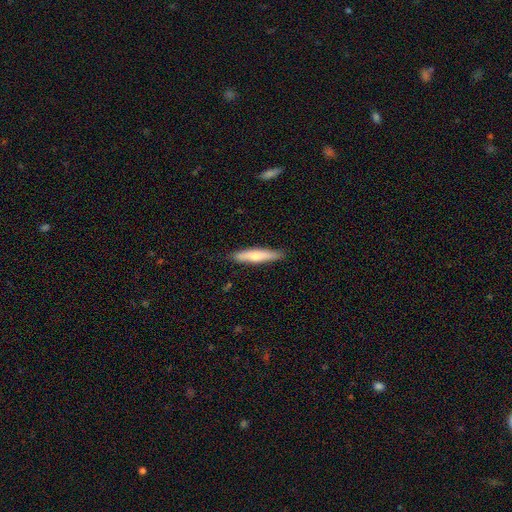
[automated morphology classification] smooth-or-featured: smooth: 67% | featured or disk: 28% | star or artifact: 6%
  how-rounded: cigar-shaped: 88% | in between: 11% | round: 1%
  merging: none: 87% | minor disturbance: 10% | major disturbance: 2% | merger: 1%